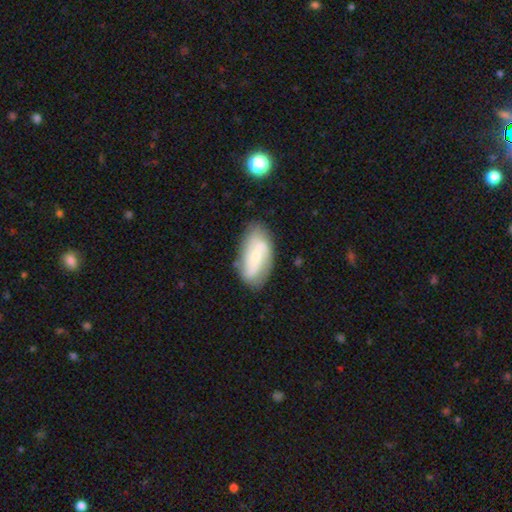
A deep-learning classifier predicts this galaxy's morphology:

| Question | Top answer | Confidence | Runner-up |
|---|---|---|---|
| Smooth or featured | featured or disk | 61% | smooth (32%) |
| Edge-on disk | no | 93% | yes (7%) |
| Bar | no | 39% | tied: weak (39%) |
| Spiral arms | yes | 84% | no (16%) |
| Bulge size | small | 63% | moderate (28%) |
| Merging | none | 75% | minor disturbance (18%) |